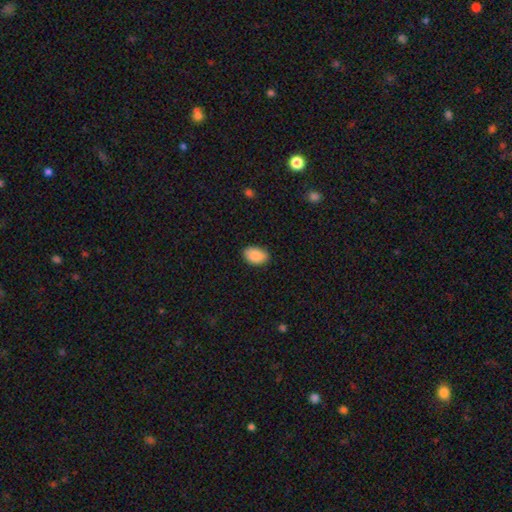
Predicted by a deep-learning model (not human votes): Overall: smooth (89%). How rounded: in between (87%). Merging: none (85%).